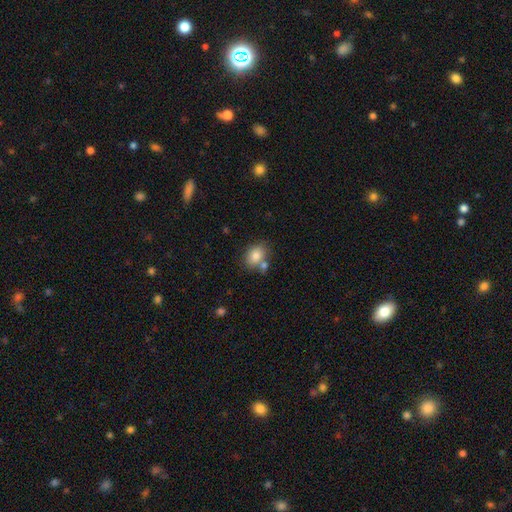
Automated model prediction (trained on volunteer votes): Smooth or featured: smooth — 82% (featured or disk — 9%)
How rounded: in between — 60% (round — 39%)
Merging: none — 62% (merger — 20%)